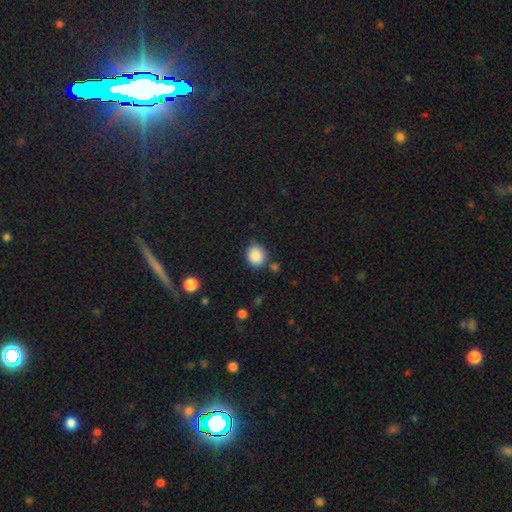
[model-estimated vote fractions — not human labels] Overall: smooth (88%). How rounded: round (78%). Merging: none (79%).